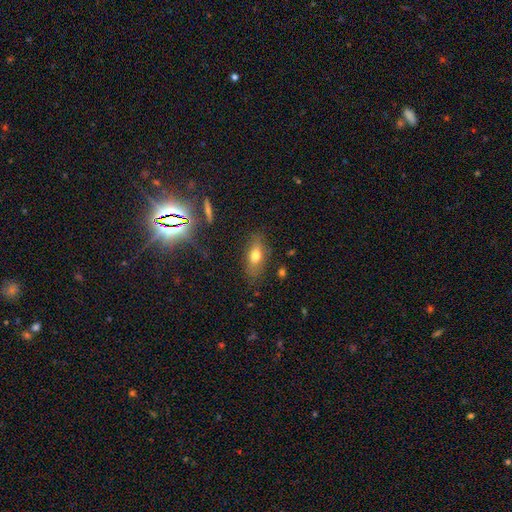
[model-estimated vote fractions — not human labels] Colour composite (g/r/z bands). It shows a smooth galaxy with no disk features (70%) that is in between round and cigar-shaped (76%). Merging: none (80%).